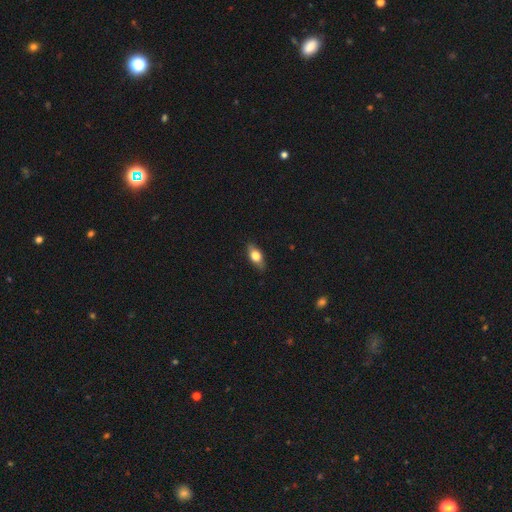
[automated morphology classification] Smooth or featured?
  - smooth: 65% *
  - featured or disk: 28%
  - star or artifact: 8%
How rounded?
  - in between: 77% *
  - cigar-shaped: 14%
  - round: 9%
Merging?
  - none: 83% *
  - minor disturbance: 14%
  - major disturbance: 3%
  - merger: 1%